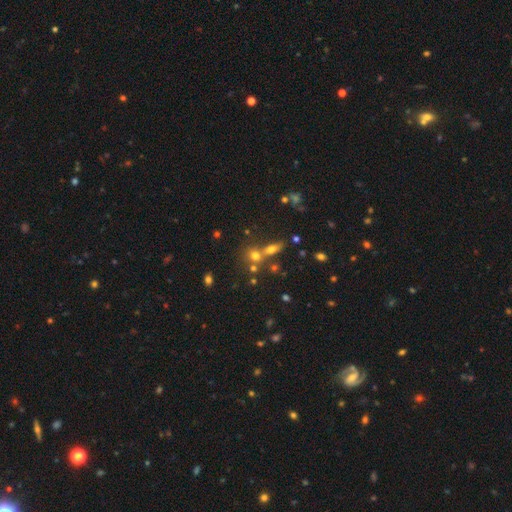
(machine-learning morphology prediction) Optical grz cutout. It shows a smooth galaxy with no disk features (55%) that is round (70%). Merging: none (45%).